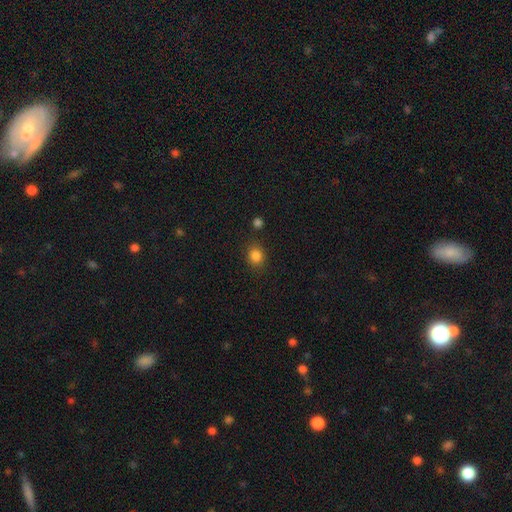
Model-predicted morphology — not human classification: Overall: smooth (84%). How rounded: round (68%; in between 31%). Merging: none (82%).